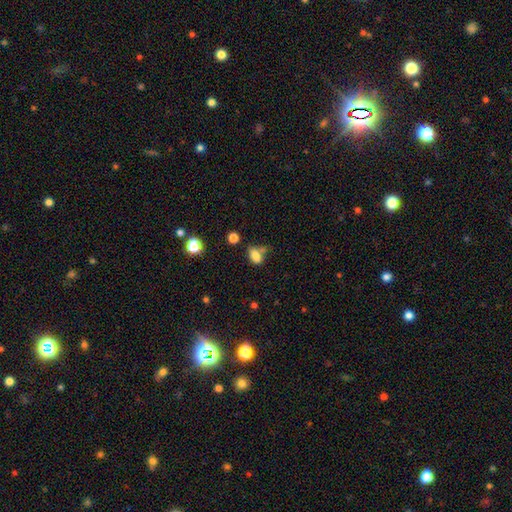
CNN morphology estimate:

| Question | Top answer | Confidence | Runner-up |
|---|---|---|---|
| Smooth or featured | smooth | 80% | star or artifact (12%) |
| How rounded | in between | 82% | round (15%) |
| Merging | none | 51% | minor disturbance (23%) |